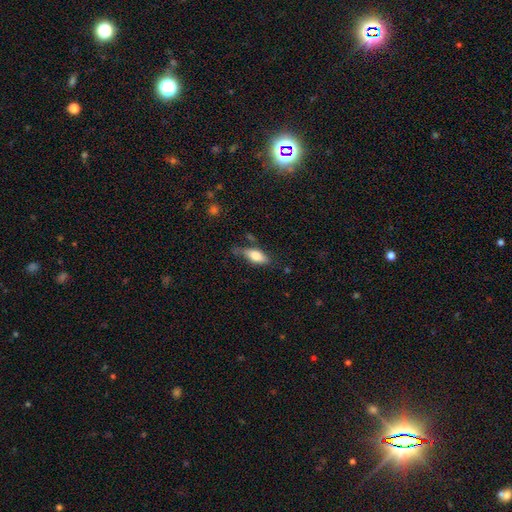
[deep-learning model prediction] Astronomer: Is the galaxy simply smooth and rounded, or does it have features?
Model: smooth — 75%.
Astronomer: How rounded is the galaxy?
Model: in between — 79%.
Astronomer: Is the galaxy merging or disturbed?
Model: none — 58%.